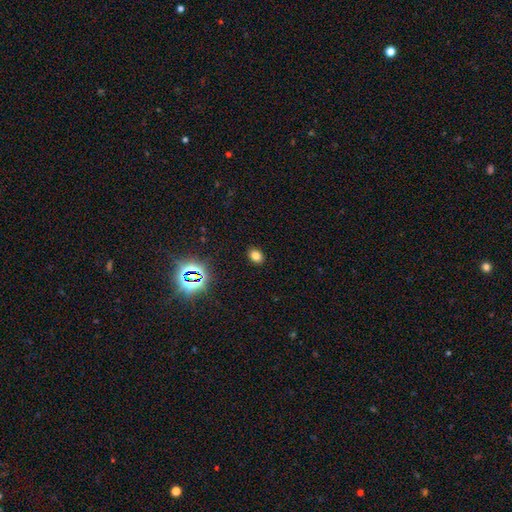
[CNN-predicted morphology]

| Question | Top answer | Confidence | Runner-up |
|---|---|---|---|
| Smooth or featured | smooth | 76% | star or artifact (18%) |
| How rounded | in between | 60% | round (39%) |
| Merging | none | 89% | minor disturbance (7%) |